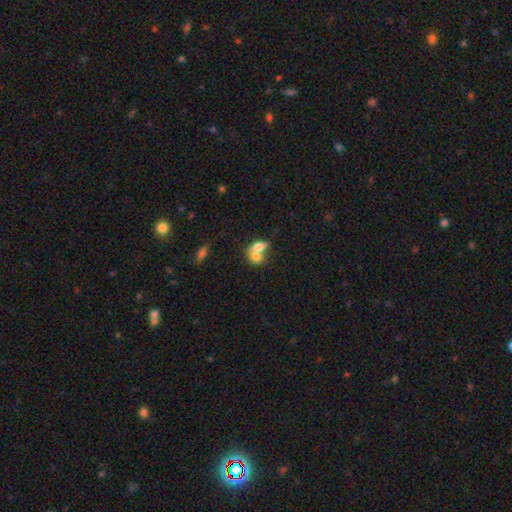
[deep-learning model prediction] Smooth or featured? Predicted: smooth (p=0.70). How rounded? Predicted: in between (p=0.72). Merging? Predicted: merger (p=0.73).